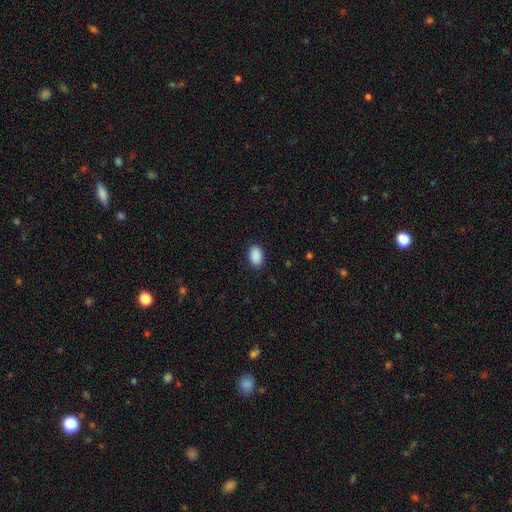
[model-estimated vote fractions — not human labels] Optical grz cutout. It shows a smooth galaxy with no disk features (91%) that is in between round and cigar-shaped (88%). Merging: none (88%).